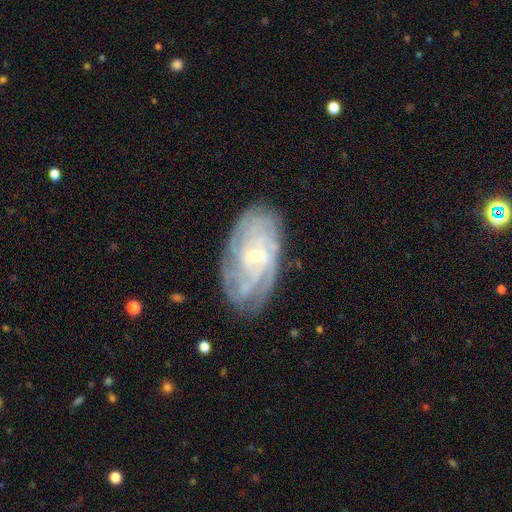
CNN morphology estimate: type=featured or disk (82%); edge-on=no (95%); bar=no (63%); spiral arms=yes (94%); winding=tight (72%); arm count=can't tell (40%); bulge=small (71%); merging=none (77%).